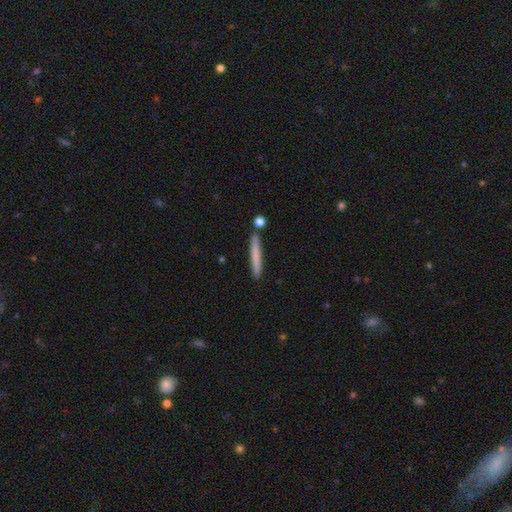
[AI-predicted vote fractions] Smooth or featured? smooth (72%)
How rounded? cigar-shaped (96%)
Merging? none (85%)